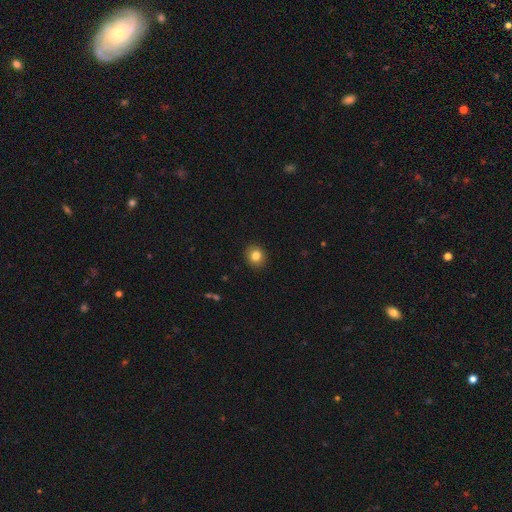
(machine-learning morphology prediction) Smooth or featured?
  - smooth: 82% *
  - star or artifact: 10%
  - featured or disk: 8%
How rounded?
  - round: 78% *
  - in between: 21%
  - cigar-shaped: 1%
Merging?
  - none: 91% *
  - minor disturbance: 6%
  - major disturbance: 2%
  - merger: 1%